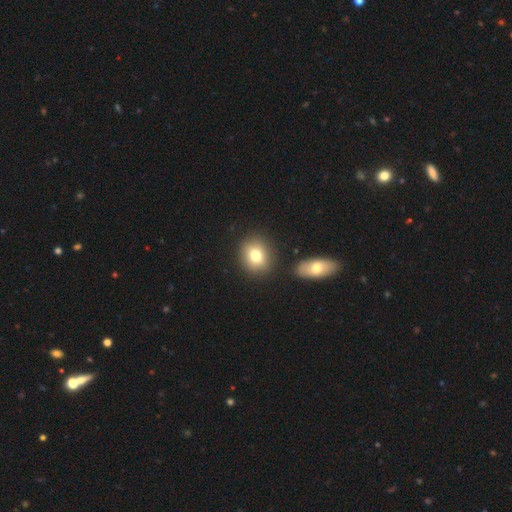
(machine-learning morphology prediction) Q: Smooth or featured?
A: smooth (77%); runner-up: featured or disk (13%)
Q: How rounded?
A: round (70%); runner-up: in between (29%)
Q: Merging?
A: none (82%); runner-up: minor disturbance (8%)